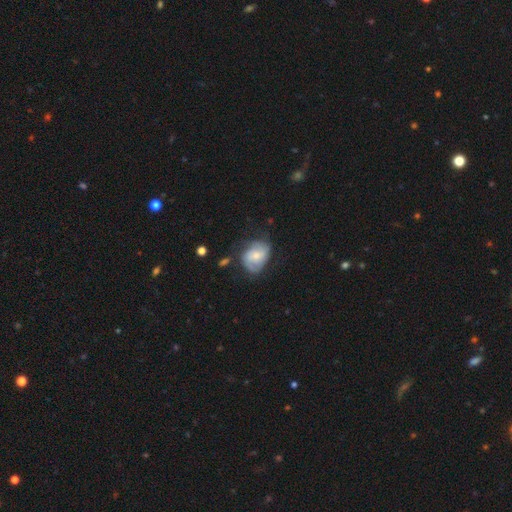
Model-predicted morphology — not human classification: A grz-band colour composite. It shows a featured or disk galaxy (52%) with no bar (62%), spiral arms (80%) and a small central bulge (46%). Merging: none (51%).